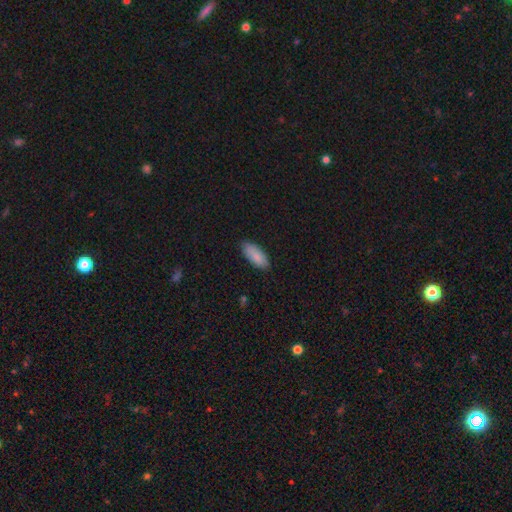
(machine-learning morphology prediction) smooth_or_featured: smooth (p=0.87) [alt: featured or disk p=0.07]
how_rounded: in between (p=0.84) [alt: cigar-shaped p=0.15]
merging: none (p=0.84) [alt: minor disturbance p=0.12]